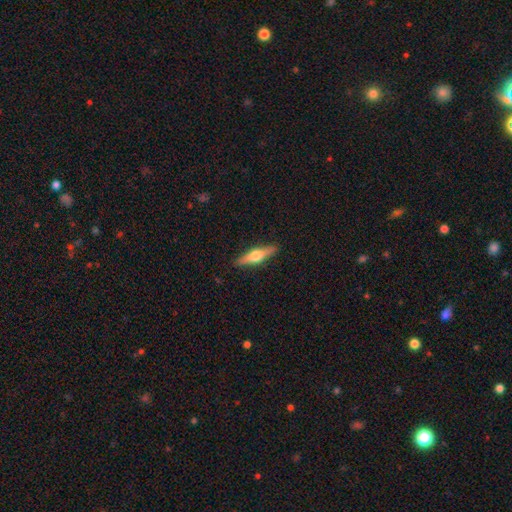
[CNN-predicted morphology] Q: Smooth or featured?
A: featured or disk (57%); runner-up: smooth (37%)
Q: Edge-on disk?
A: yes (96%); runner-up: no (4%)
Q: Edge-on bulge?
A: rounded (95%); runner-up: boxy (3%)
Q: Merging?
A: none (90%); runner-up: minor disturbance (7%)